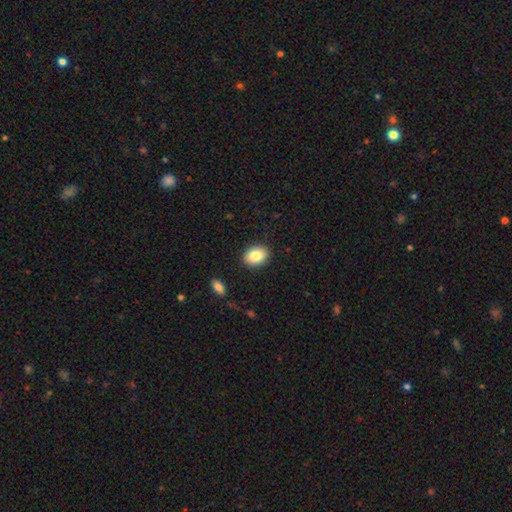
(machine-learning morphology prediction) Smooth or featured: smooth — 84% (featured or disk — 9%)
How rounded: in between — 67% (round — 32%)
Merging: none — 90% (minor disturbance — 7%)